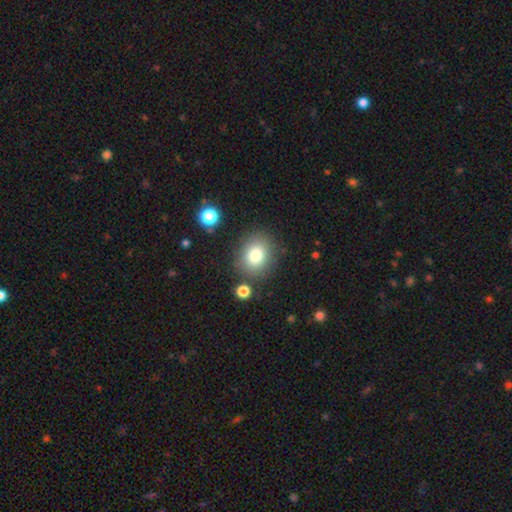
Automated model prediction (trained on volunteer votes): A smooth galaxy with no disk features (80%) that is round (64%).

Vote fractions:
- Smooth or featured? smooth: 80% / star or artifact: 11% / featured or disk: 9%
- How rounded? round: 64% / in between: 35% / cigar-shaped: 1%
- Merging? none: 82% / minor disturbance: 10% / merger: 5% / major disturbance: 3%